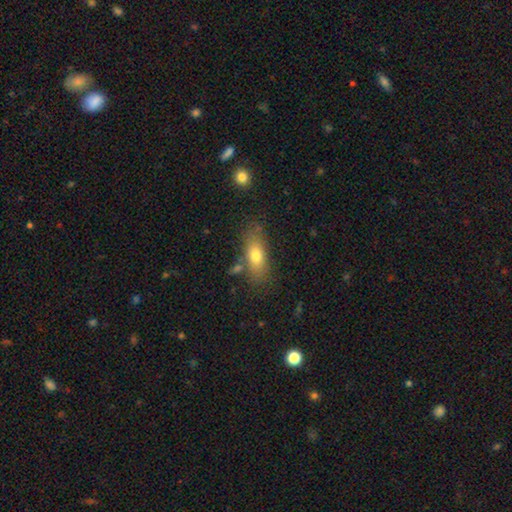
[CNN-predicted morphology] A smooth galaxy with no disk features (72%) that is in between round and cigar-shaped (74%). Merging: none (73%).